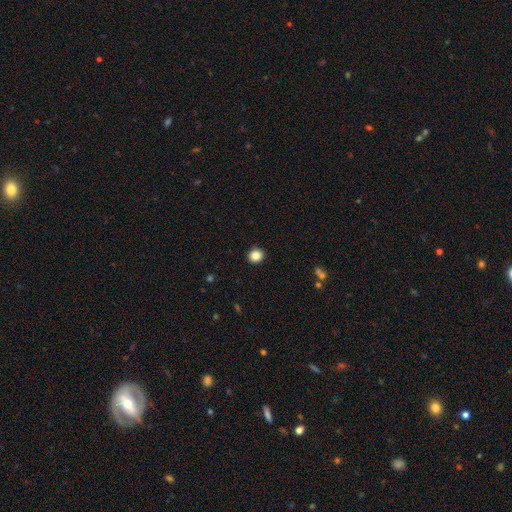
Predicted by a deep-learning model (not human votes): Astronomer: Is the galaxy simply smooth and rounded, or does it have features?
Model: smooth — 85%.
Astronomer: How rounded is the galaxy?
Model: round — 87%.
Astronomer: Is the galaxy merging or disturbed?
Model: none — 92%.